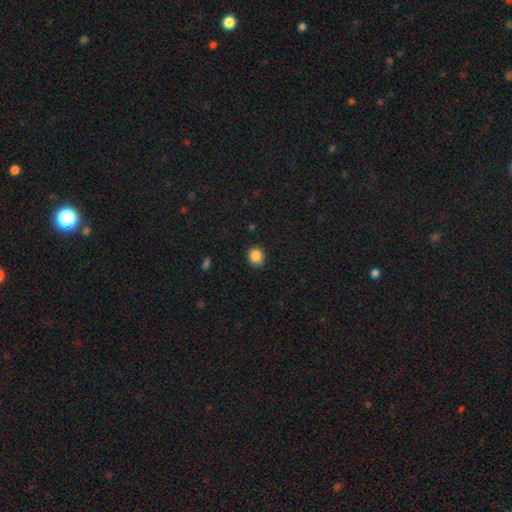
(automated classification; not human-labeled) Smooth or featured: smooth — 87% (star or artifact — 10%)
How rounded: round — 70% (in between — 29%)
Merging: none — 89% (minor disturbance — 8%)